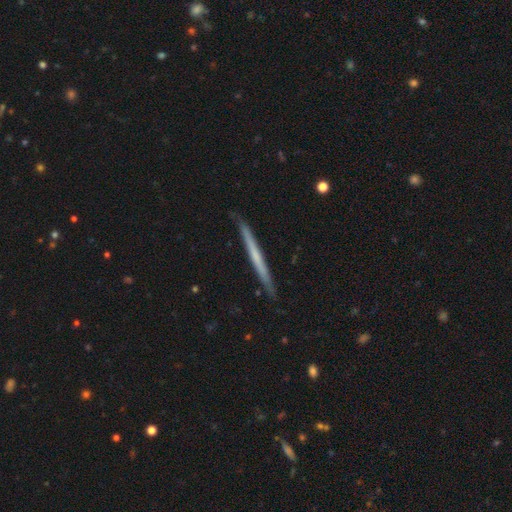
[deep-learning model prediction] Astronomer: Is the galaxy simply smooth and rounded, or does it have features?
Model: featured or disk — 51% (runner-up: smooth, 43%).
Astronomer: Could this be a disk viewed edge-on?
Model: yes — 97%.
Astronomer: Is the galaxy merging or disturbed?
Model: none — 89%.